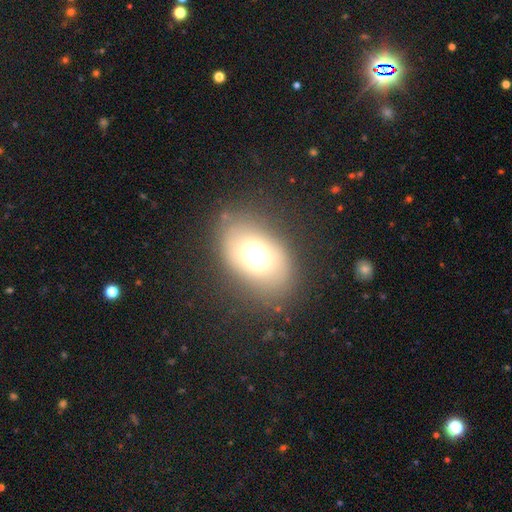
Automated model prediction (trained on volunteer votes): A smooth galaxy with no disk features (63%) that is in between round and cigar-shaped (76%). Merging: none (77%).